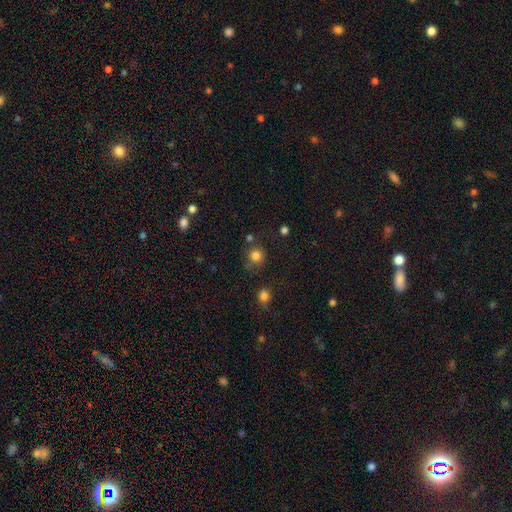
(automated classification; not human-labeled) This appears to be a smooth galaxy with no disk features (80%) that is round (89%). Merging: none (72%).